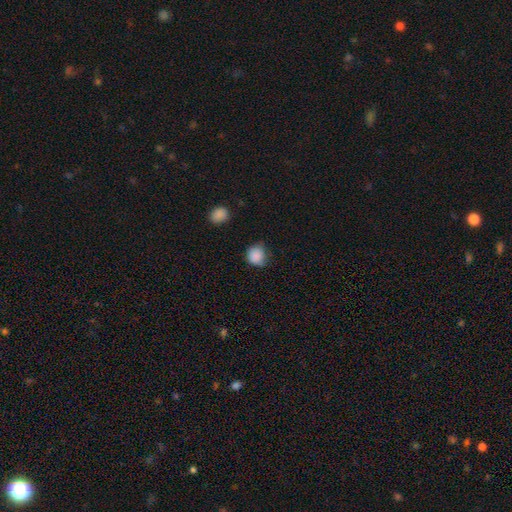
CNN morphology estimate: This is clearly a smooth galaxy (87%). How rounded: clearly round (85%). Merging: likely none (66%).